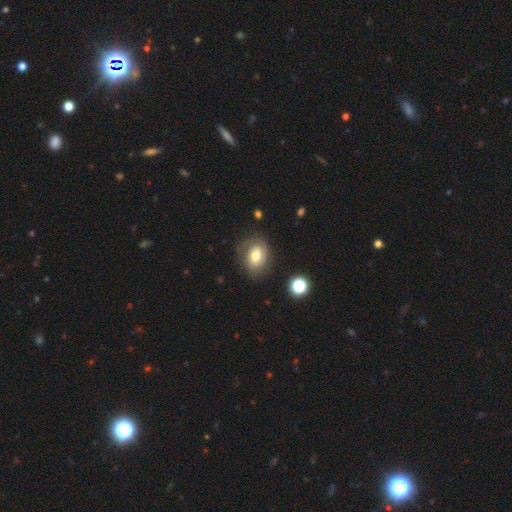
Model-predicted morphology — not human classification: Smooth or featured?
  - smooth: 62% *
  - featured or disk: 28%
  - star or artifact: 10%
How rounded?
  - in between: 63% *
  - round: 35%
  - cigar-shaped: 1%
Merging?
  - none: 73% *
  - minor disturbance: 18%
  - major disturbance: 7%
  - merger: 2%